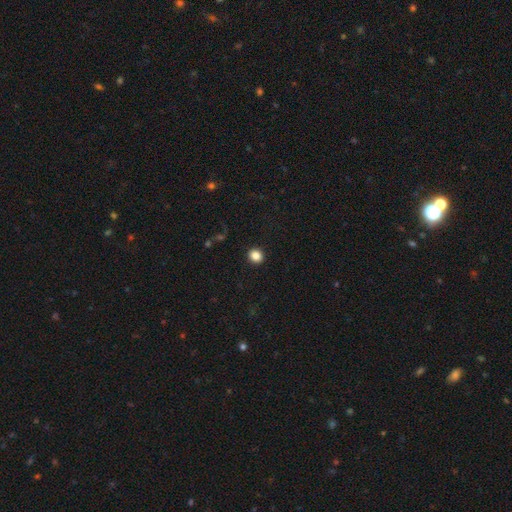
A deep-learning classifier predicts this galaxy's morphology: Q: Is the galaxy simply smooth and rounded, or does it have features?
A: smooth — 85%.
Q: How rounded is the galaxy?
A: round — 79%.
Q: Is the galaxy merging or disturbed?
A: none — 92%.